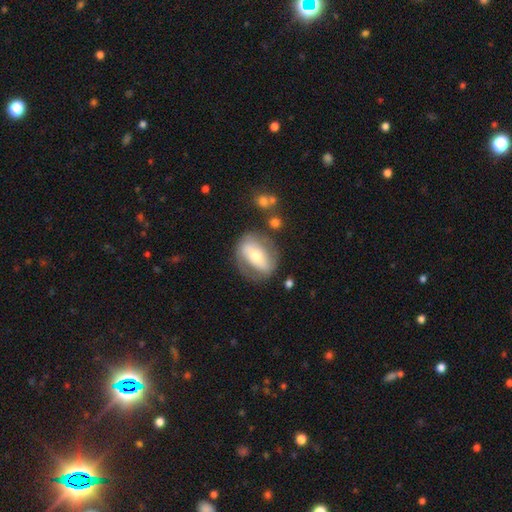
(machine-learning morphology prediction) This appears to be a featured or disk galaxy (56%) with a strong bar (41%), no spiral arms (61%) and a moderate central bulge (65%). Merging: none (70%).